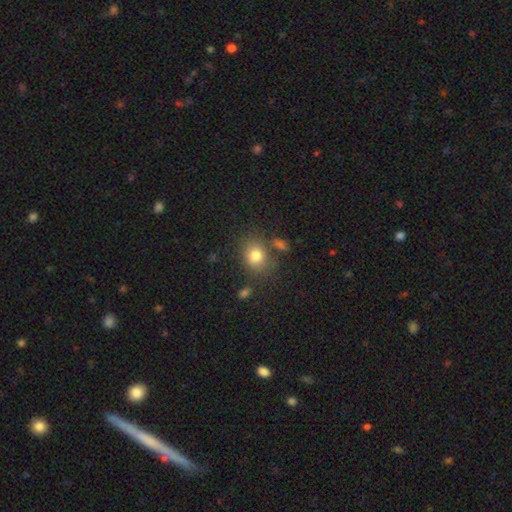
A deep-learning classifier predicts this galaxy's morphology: type=smooth (78%); roundness=round (57%); merging=none (68%).